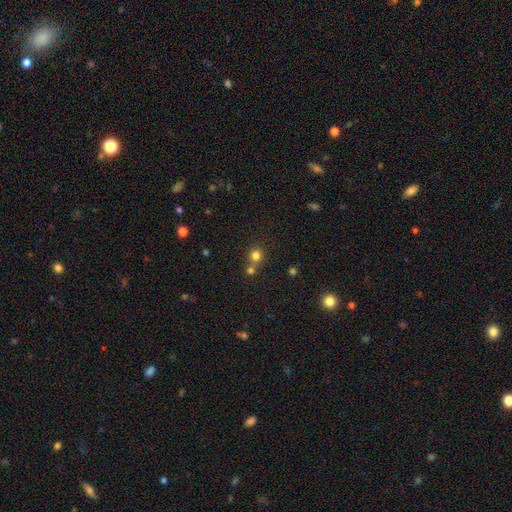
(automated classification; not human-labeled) Q: Smooth or featured?
A: smooth (78%); runner-up: star or artifact (16%)
Q: How rounded?
A: round (87%); runner-up: in between (12%)
Q: Merging?
A: none (56%); runner-up: merger (35%)